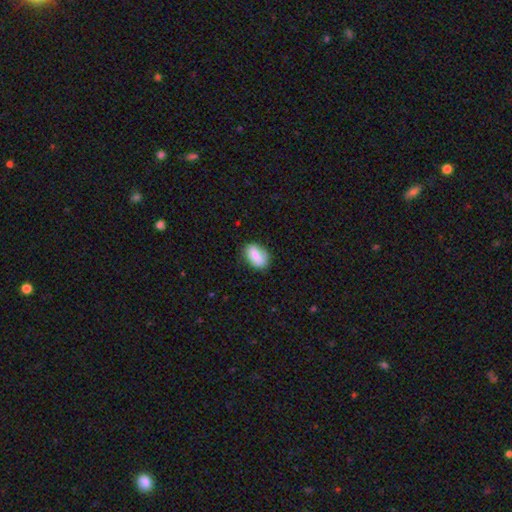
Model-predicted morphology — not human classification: Smooth or featured?
  - smooth: 76% *
  - featured or disk: 17%
  - star or artifact: 7%
How rounded?
  - in between: 87% *
  - round: 11%
  - cigar-shaped: 2%
Merging?
  - none: 76% *
  - minor disturbance: 19%
  - major disturbance: 4%
  - merger: 2%